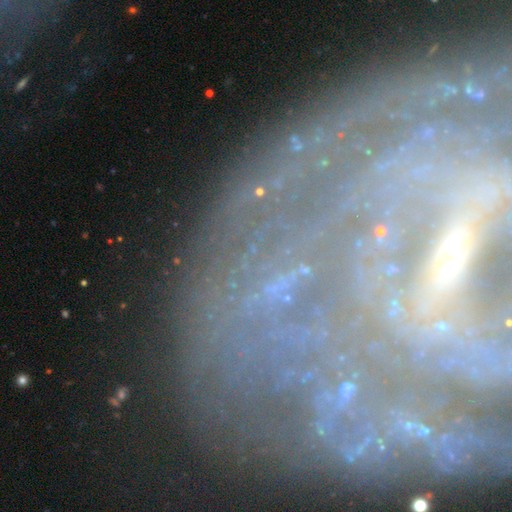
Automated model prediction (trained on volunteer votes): Smooth or featured: featured or disk — 72% (star or artifact — 17%)
Edge-on disk: no — 89% (yes — 11%)
Bar: strong — 42% (weak — 30%)
Spiral arms: yes — 74% (no — 26%)
Bulge size: small — 46% (moderate — 35%)
Merging: none — 63% (minor disturbance — 18%)